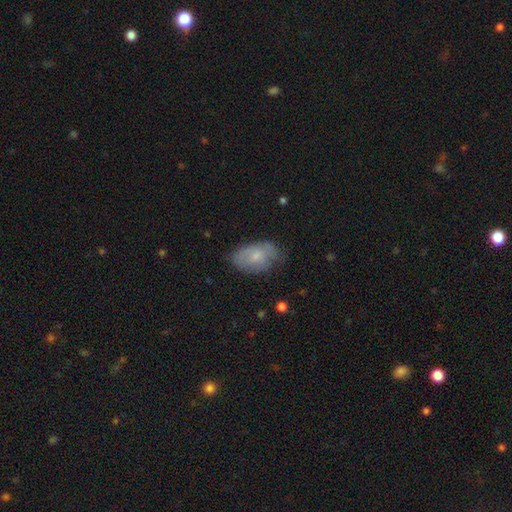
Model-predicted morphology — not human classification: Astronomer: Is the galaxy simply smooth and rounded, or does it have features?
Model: smooth — 58% (runner-up: featured or disk, 34%).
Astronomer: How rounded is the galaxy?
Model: in between — 89%.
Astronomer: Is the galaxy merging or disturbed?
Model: none — 56% (runner-up: minor disturbance, 31%).